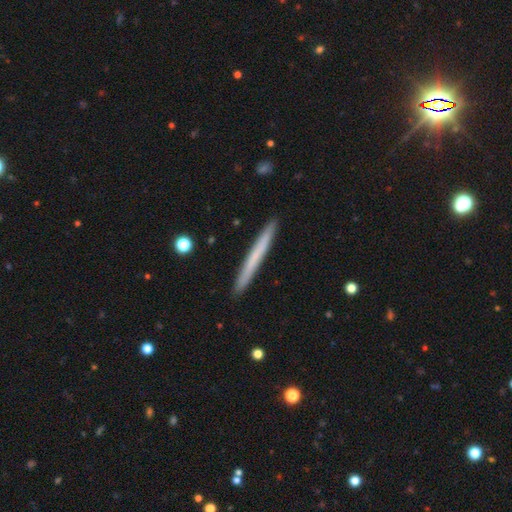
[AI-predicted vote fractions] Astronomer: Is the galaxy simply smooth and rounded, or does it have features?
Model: smooth — 61%.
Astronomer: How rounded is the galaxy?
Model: cigar-shaped — 97%.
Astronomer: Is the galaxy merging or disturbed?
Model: none — 92%.